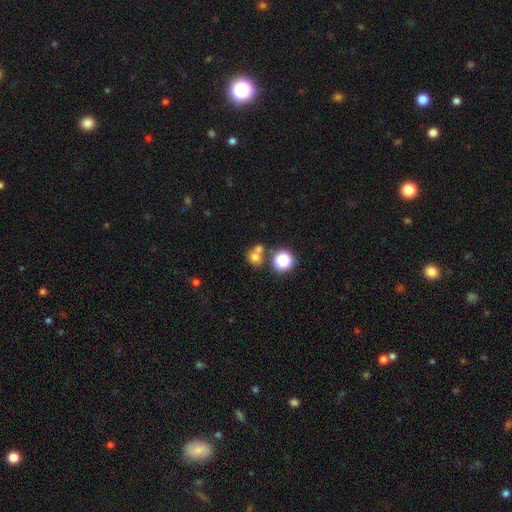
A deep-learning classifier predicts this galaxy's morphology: A smooth galaxy with no disk features (68%) that is round (77%).

Vote fractions:
- Smooth or featured? smooth: 68% / star or artifact: 21% / featured or disk: 11%
- How rounded? round: 77% / in between: 22% / cigar-shaped: 1%
- Merging? none: 50% / merger: 38% / minor disturbance: 8% / major disturbance: 4%